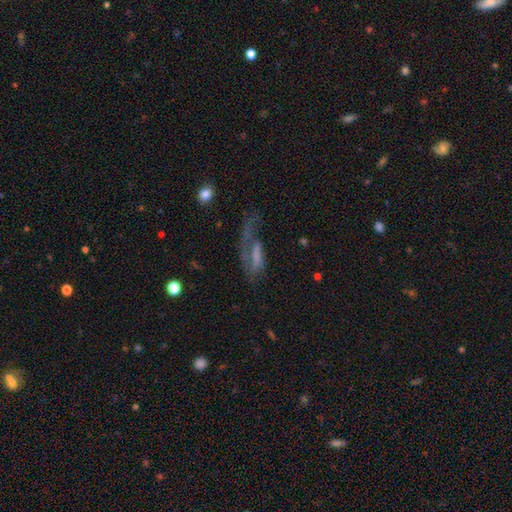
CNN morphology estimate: Smooth or featured?
  - featured or disk: 56% *
  - smooth: 32%
  - star or artifact: 12%
Edge-on disk?
  - no: 86% *
  - yes: 14%
Merging?
  - major disturbance: 52% *
  - none: 27%
  - minor disturbance: 16%
  - merger: 5%